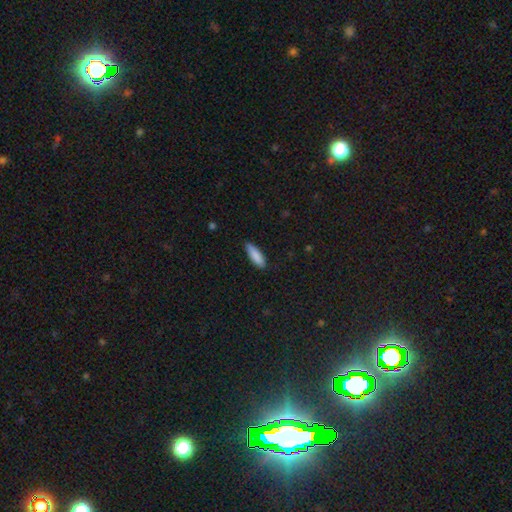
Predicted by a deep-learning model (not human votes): smooth-or-featured: smooth: 88% | featured or disk: 6% | star or artifact: 6%
  how-rounded: cigar-shaped: 50% | in between: 48% | round: 2%
  merging: none: 82% | minor disturbance: 15% | major disturbance: 2% | merger: 1%